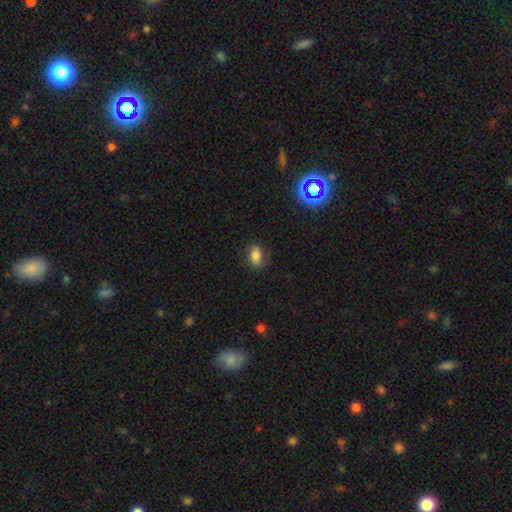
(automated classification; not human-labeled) smooth_or_featured: smooth (p=0.70) [alt: featured or disk p=0.20]
how_rounded: in between (p=0.81) [alt: round p=0.16]
merging: none (p=0.77) [alt: minor disturbance p=0.16]